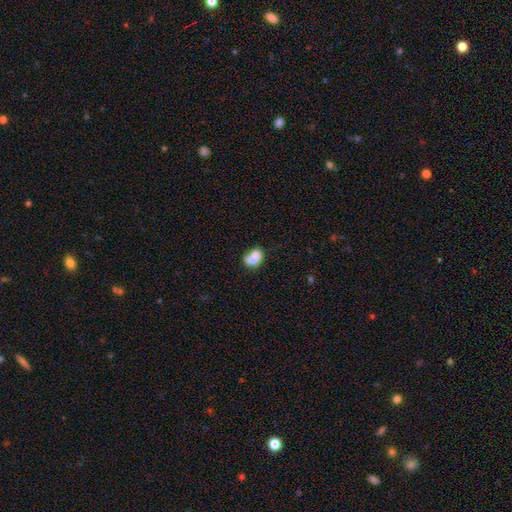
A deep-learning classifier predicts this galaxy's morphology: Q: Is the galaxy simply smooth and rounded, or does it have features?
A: smooth — 62%.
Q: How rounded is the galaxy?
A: in between — 64%.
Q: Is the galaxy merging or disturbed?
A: merger — 48%.